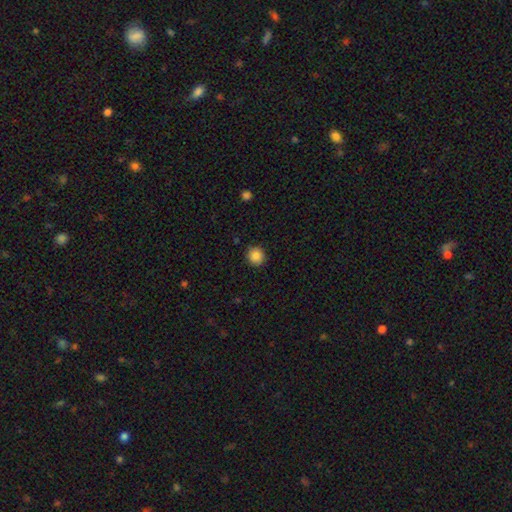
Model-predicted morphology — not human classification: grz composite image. It shows a smooth galaxy with no disk features (86%) that is round (93%). Merging: none (91%).